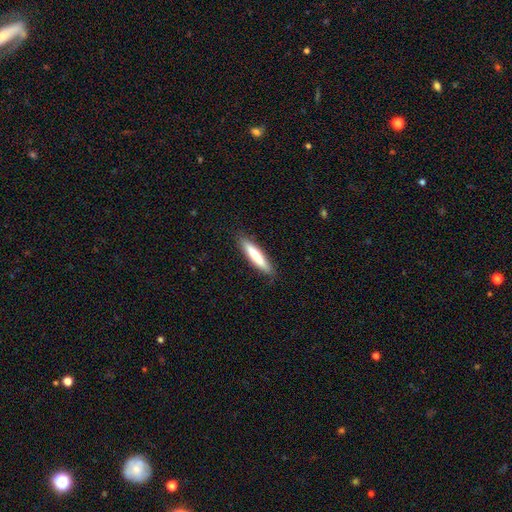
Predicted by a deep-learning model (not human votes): A smooth galaxy with no disk features (74%) that is cigar-shaped (87%).

Vote fractions:
- Smooth or featured? smooth: 74% / featured or disk: 21% / star or artifact: 5%
- How rounded? cigar-shaped: 87% / in between: 12% / round: 1%
- Merging? none: 88% / minor disturbance: 9% / major disturbance: 2% / merger: 1%